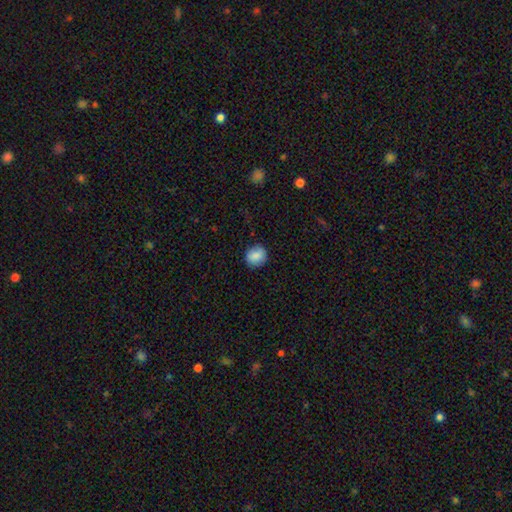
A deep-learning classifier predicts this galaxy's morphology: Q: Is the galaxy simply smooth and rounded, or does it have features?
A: smooth — 87%.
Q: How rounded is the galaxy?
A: round — 83%.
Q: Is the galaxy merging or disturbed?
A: none — 88%.